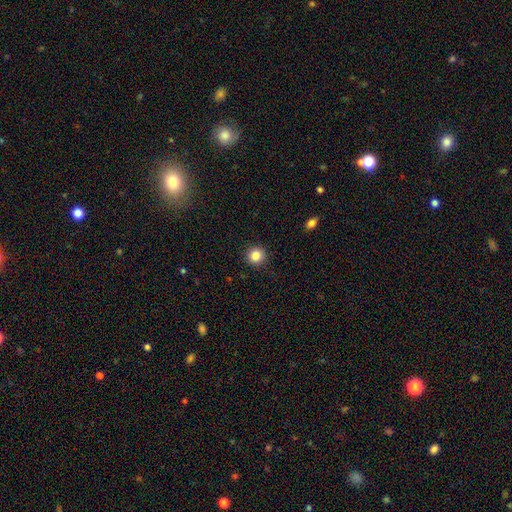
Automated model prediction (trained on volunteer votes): Smooth or featured: smooth — 84% (star or artifact — 11%)
How rounded: round — 93% (in between — 6%)
Merging: none — 92% (minor disturbance — 5%)